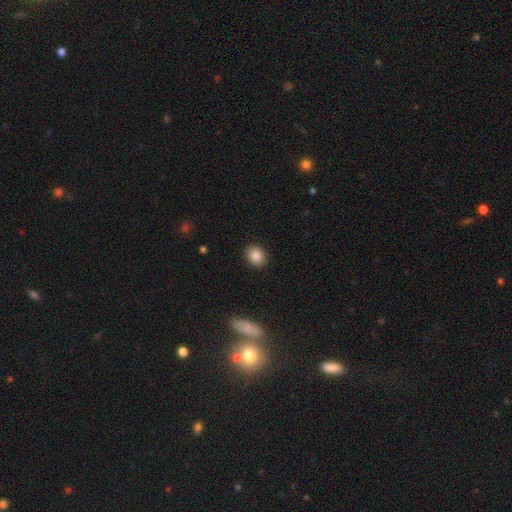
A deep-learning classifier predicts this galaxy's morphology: The model was most divided on "how rounded": round: 51%, in between: 48%, cigar-shaped: 1%. More confident: merging — none (89%); smooth or featured — smooth (85%).